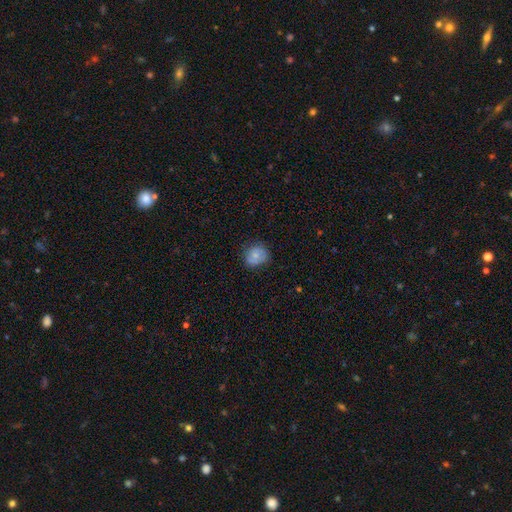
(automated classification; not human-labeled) Q: Smooth or featured?
A: smooth (78%); runner-up: featured or disk (14%)
Q: How rounded?
A: round (72%); runner-up: in between (27%)
Q: Merging?
A: none (70%); runner-up: minor disturbance (24%)